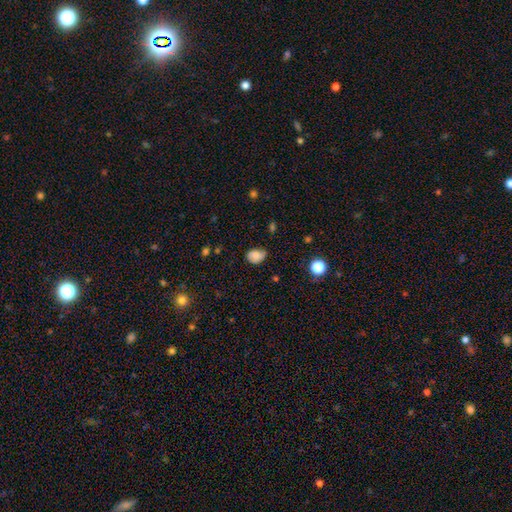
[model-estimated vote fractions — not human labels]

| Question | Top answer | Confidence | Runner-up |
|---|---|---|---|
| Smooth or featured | smooth | 72% | featured or disk (18%) |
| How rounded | in between | 70% | round (29%) |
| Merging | none | 66% | minor disturbance (27%) |